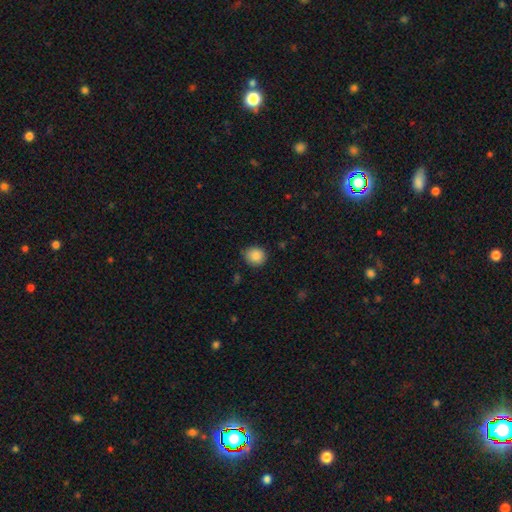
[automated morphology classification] smooth_or_featured: smooth (p=0.87) [alt: star or artifact p=0.09]
how_rounded: round (p=0.83) [alt: in between p=0.16]
merging: none (p=0.81) [alt: minor disturbance p=0.16]